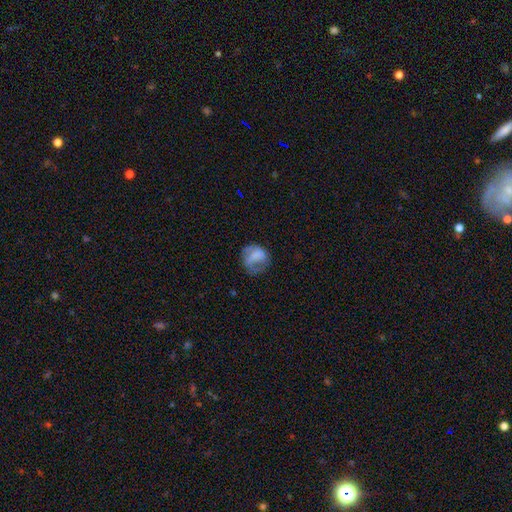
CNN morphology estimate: Smooth or featured? Predicted: smooth (p=0.56). How rounded? Predicted: round (p=0.68). Merging? Predicted: none (p=0.44).